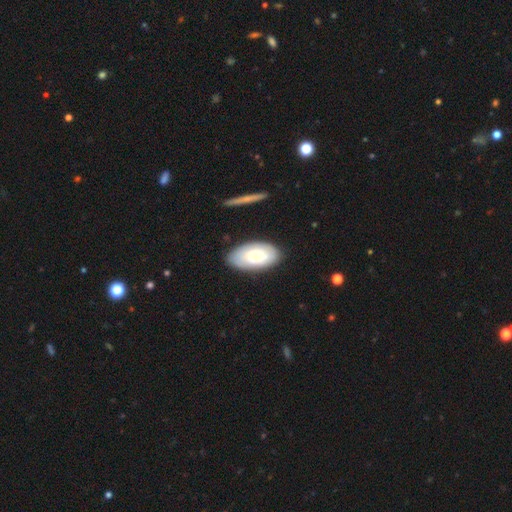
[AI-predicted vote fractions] Smooth or featured: smooth — 65% (featured or disk — 29%)
How rounded: in between — 94% (round — 3%)
Merging: none — 82% (minor disturbance — 13%)